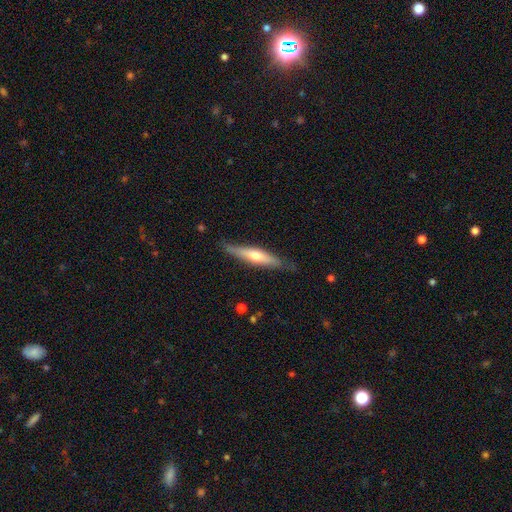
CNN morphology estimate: The model was most divided on "smooth or featured": featured or disk: 52%, smooth: 43%, star or artifact: 5%. More confident: edge-on disk — yes (91%); merging — none (80%).